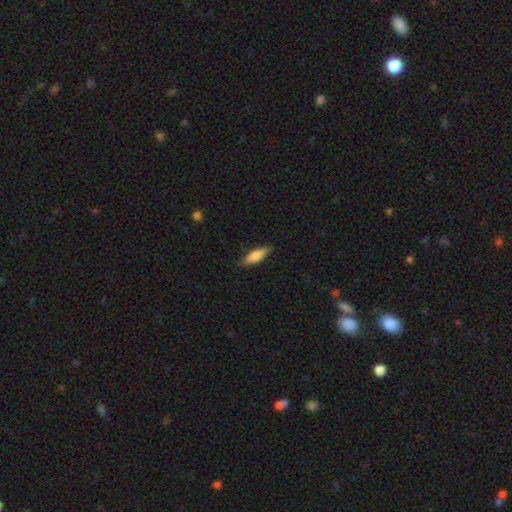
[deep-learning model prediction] smooth_or_featured: smooth (p=0.75) [alt: featured or disk p=0.19]
how_rounded: in between (p=0.53) [alt: cigar-shaped p=0.45]
merging: none (p=0.81) [alt: minor disturbance p=0.15]